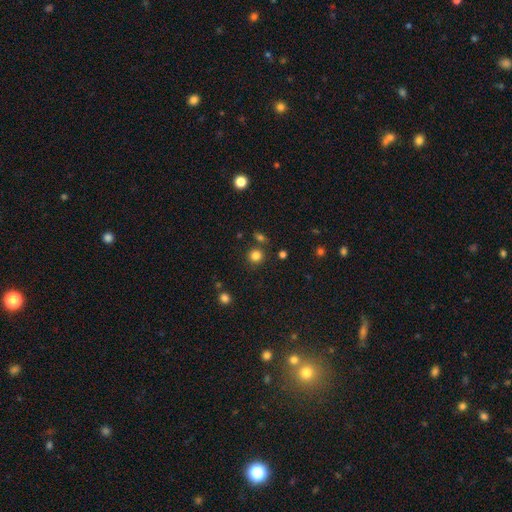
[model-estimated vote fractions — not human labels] Smooth or featured?
  - smooth: 81% *
  - star or artifact: 14%
  - featured or disk: 5%
How rounded?
  - round: 90% *
  - in between: 9%
  - cigar-shaped: 1%
Merging?
  - none: 80% *
  - merger: 9%
  - minor disturbance: 8%
  - major disturbance: 3%